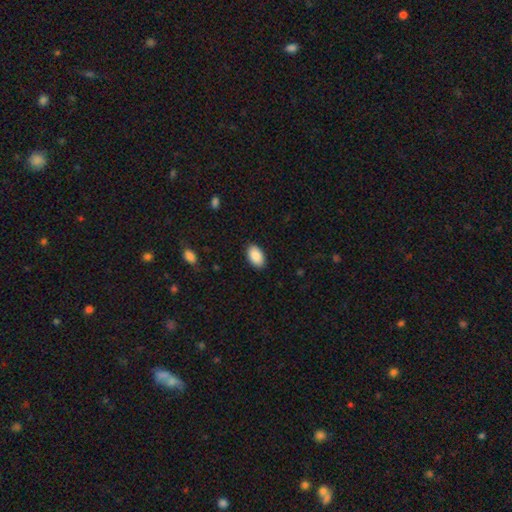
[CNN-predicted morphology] A smooth galaxy with no disk features (89%) that is in between round and cigar-shaped (95%).

Vote fractions:
- Smooth or featured? smooth: 89% / star or artifact: 6% / featured or disk: 4%
- How rounded? in between: 95% / round: 4% / cigar-shaped: 1%
- Merging? none: 88% / minor disturbance: 9% / major disturbance: 2% / merger: 1%